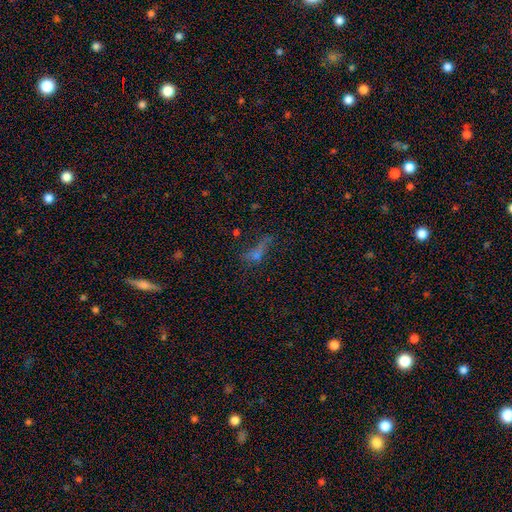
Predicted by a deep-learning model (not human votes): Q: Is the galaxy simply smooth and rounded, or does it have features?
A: smooth — 43%.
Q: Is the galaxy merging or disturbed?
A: none — 40%.